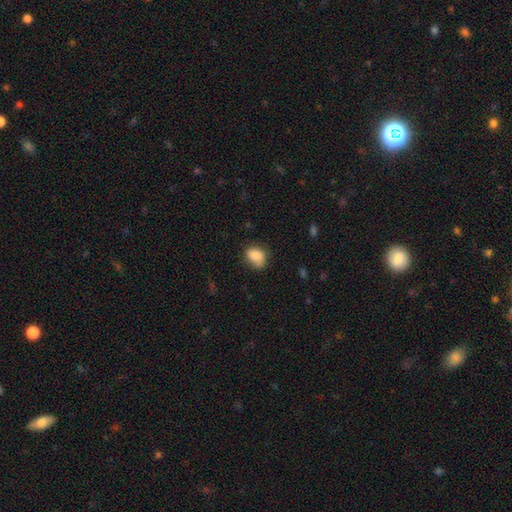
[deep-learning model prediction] Smooth or featured?
  - smooth: 86% *
  - star or artifact: 8%
  - featured or disk: 6%
How rounded?
  - in between: 71% *
  - round: 28%
  - cigar-shaped: 1%
Merging?
  - none: 63% *
  - minor disturbance: 28%
  - major disturbance: 7%
  - merger: 2%